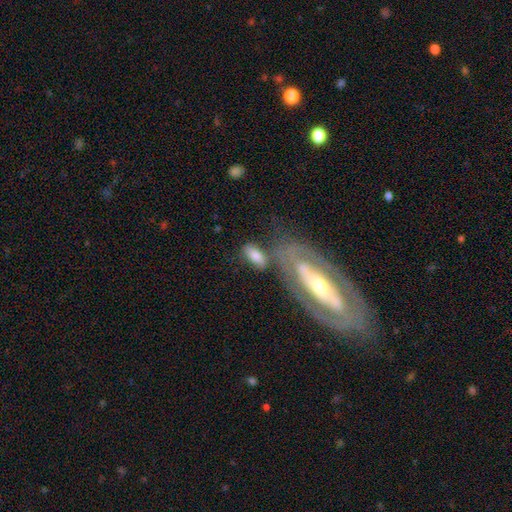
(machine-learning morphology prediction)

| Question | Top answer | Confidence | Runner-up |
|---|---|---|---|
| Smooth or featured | smooth | 72% | featured or disk (21%) |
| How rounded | in between | 88% | cigar-shaped (8%) |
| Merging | none | 46% | merger (27%) |